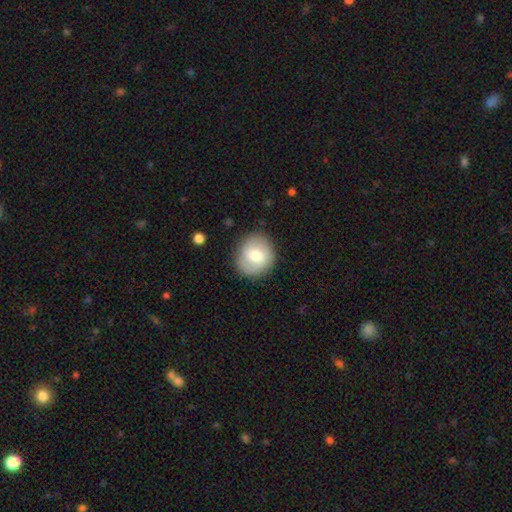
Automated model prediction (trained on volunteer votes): A smooth galaxy with no disk features (60%) that is round (75%). Merging: none (82%).